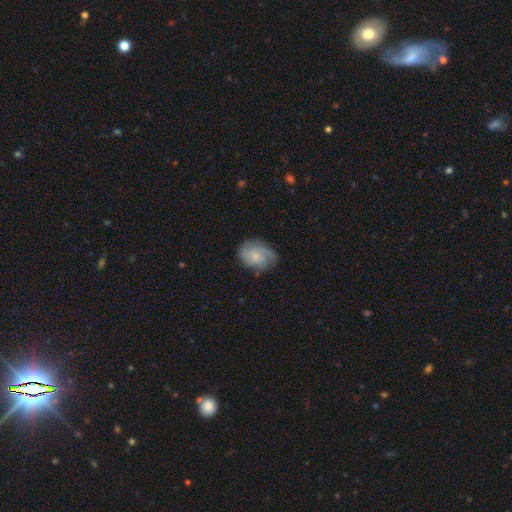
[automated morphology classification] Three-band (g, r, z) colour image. It shows a smooth galaxy with no disk features (51%) that is in between round and cigar-shaped (66%). Merging: none (60%).